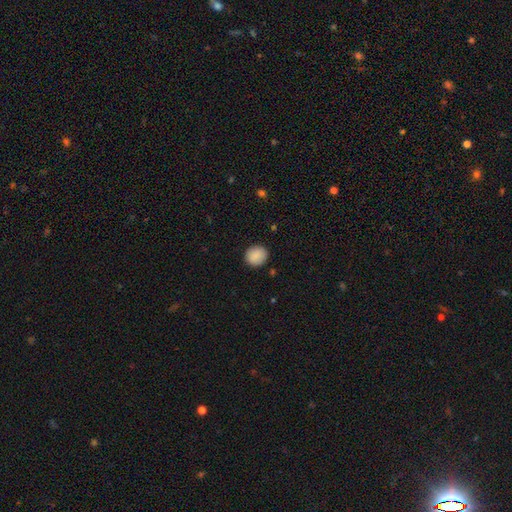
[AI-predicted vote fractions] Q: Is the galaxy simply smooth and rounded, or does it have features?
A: smooth — 89%.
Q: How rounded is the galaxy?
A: round — 79%.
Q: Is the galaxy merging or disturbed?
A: none — 89%.